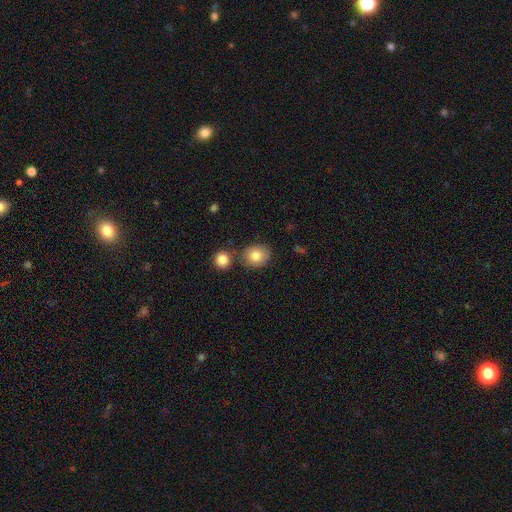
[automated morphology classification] Smooth or featured? Predicted: smooth (p=0.84). How rounded? Predicted: round (p=0.72). Merging? Predicted: none (p=0.72).